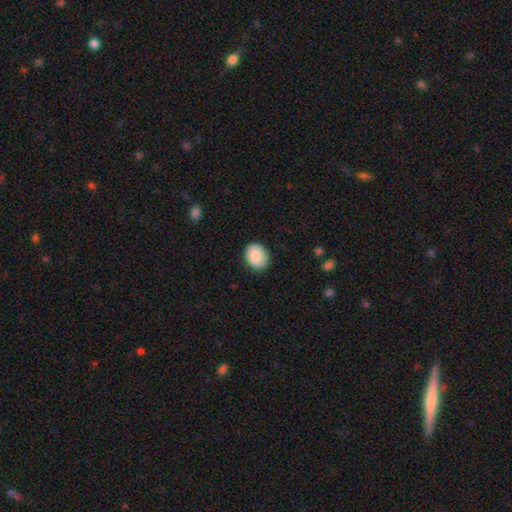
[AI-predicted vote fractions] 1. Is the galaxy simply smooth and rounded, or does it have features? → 83% smooth, 10% featured or disk, 7% star or artifact.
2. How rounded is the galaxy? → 52% in between, 47% round, 1% cigar-shaped.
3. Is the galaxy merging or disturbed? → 83% none, 13% minor disturbance, 2% major disturbance, 1% merger.